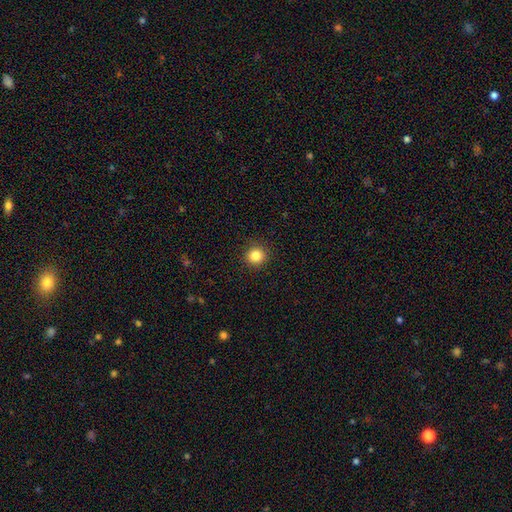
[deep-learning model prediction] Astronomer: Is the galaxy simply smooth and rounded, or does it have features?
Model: smooth — 84%.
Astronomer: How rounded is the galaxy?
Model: round — 93%.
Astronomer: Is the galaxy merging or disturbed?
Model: none — 92%.